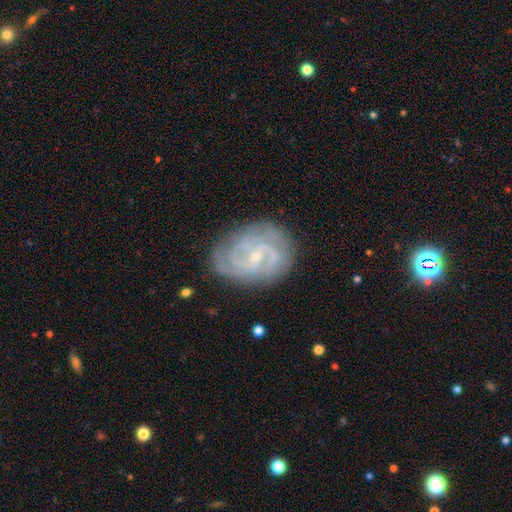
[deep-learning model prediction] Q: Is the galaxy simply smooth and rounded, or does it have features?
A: featured or disk — 88%.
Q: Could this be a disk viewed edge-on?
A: no — 97%.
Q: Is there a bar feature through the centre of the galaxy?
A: no — 48%.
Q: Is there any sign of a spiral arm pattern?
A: yes — 97%.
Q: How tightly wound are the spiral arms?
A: tight — 61%.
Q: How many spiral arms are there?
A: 2 — 28%.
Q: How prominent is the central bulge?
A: small — 80%.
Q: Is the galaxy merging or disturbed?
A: none — 78%.